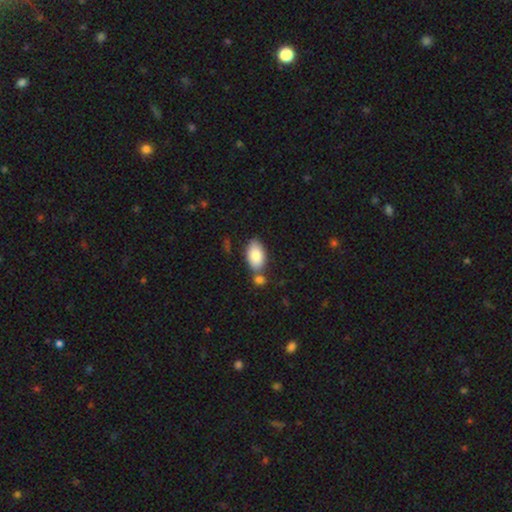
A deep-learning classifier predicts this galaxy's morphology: Smooth or featured?
  - smooth: 85% *
  - featured or disk: 9%
  - star or artifact: 6%
How rounded?
  - in between: 94% *
  - round: 3%
  - cigar-shaped: 2%
Merging?
  - none: 63% *
  - merger: 19%
  - minor disturbance: 14%
  - major disturbance: 4%